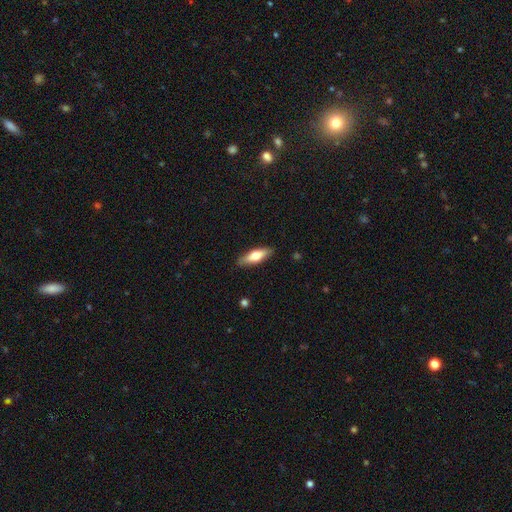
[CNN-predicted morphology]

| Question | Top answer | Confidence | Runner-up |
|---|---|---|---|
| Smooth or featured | smooth | 65% | featured or disk (29%) |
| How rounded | in between | 55% | cigar-shaped (43%) |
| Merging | none | 87% | minor disturbance (10%) |